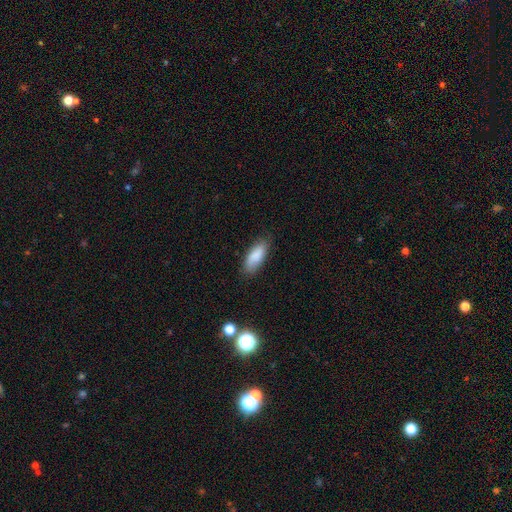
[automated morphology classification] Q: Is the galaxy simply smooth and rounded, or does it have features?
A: smooth — 85%.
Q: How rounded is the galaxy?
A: in between — 78%.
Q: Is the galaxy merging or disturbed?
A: none — 77%.